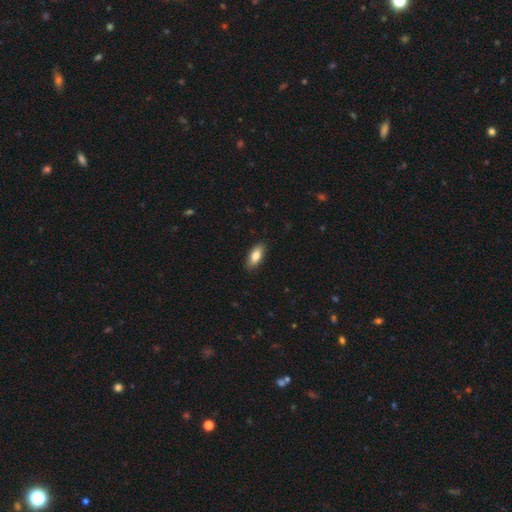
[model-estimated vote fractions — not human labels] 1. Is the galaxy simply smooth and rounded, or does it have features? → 80% smooth, 14% featured or disk, 6% star or artifact.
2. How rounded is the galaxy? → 81% in between, 17% cigar-shaped, 2% round.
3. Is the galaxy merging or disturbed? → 88% none, 9% minor disturbance, 2% major disturbance, 1% merger.